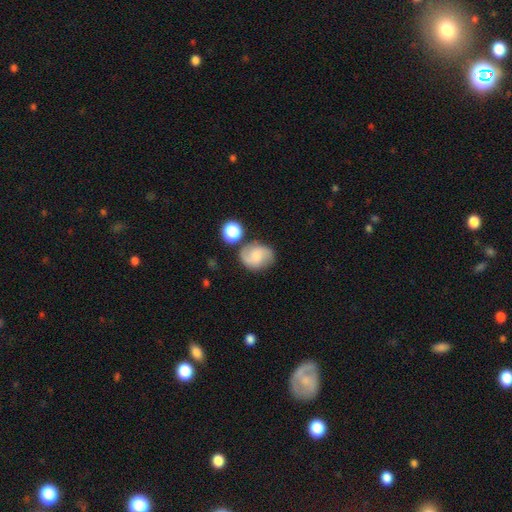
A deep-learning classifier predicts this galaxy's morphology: Smooth or featured? featured or disk (54%)
Edge-on disk? no (97%)
Bar? no (54%)
Spiral arms? yes (90%)
Bulge size? small (51%)
Merging? none (68%)